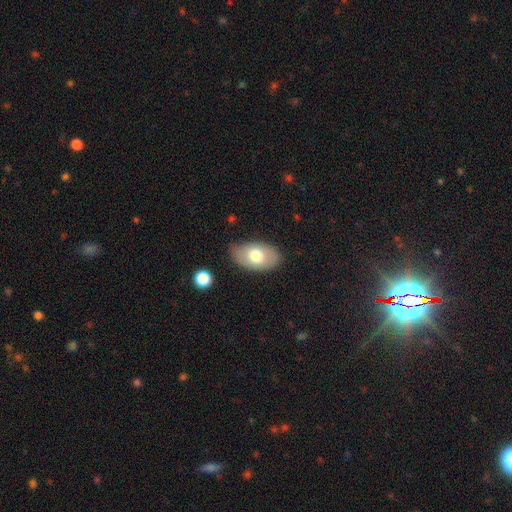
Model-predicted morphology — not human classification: smooth 68%, featured or disk 25%, star or artifact 7%. Down the decision tree: how rounded — in between (92%); merging — none (76%).